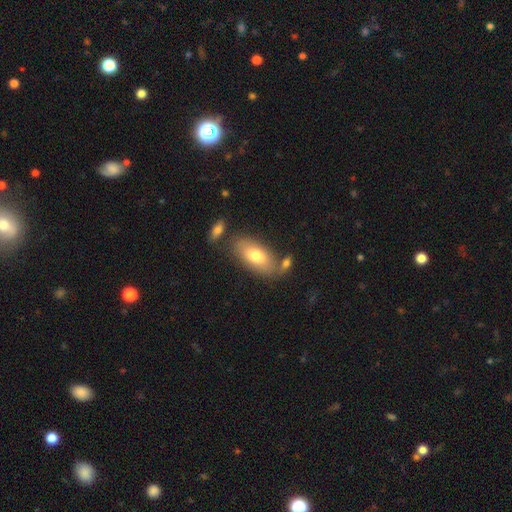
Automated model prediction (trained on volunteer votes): Q: Smooth or featured?
A: smooth (74%); runner-up: featured or disk (20%)
Q: How rounded?
A: in between (90%); runner-up: cigar-shaped (7%)
Q: Merging?
A: none (68%); runner-up: minor disturbance (14%)